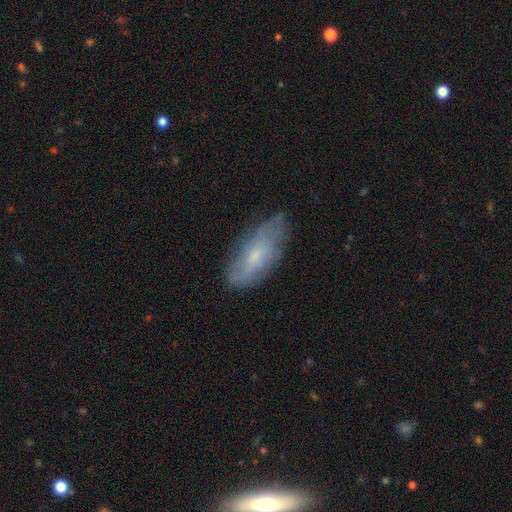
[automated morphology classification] Smooth or featured? smooth (51%)
How rounded? in between (81%)
Merging? none (67%)